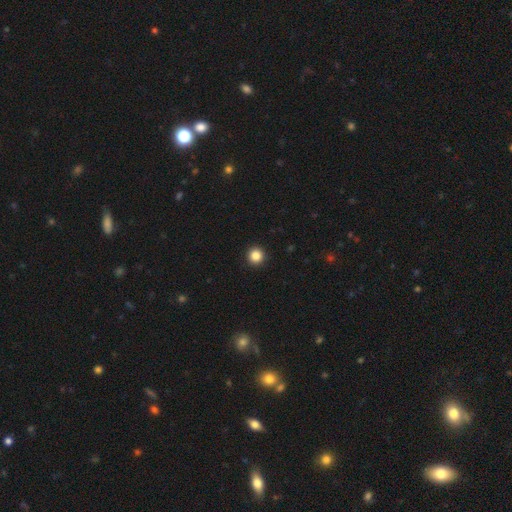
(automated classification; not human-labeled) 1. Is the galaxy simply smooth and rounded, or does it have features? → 85% smooth, 11% star or artifact, 4% featured or disk.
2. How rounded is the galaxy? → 96% round, 3% in between, 1% cigar-shaped.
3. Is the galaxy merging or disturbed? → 94% none, 4% minor disturbance, 1% major disturbance, 1% merger.